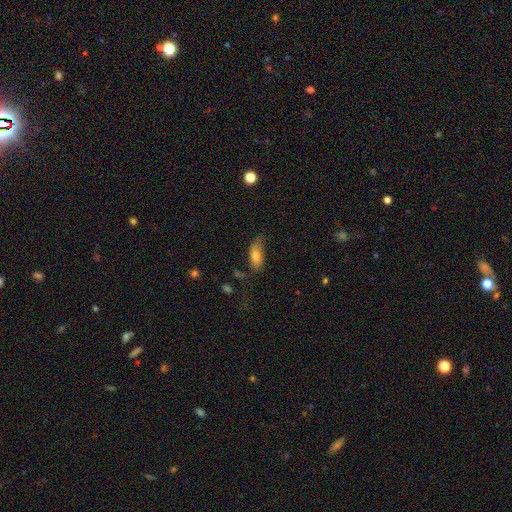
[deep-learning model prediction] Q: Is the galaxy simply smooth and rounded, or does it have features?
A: smooth — 66%.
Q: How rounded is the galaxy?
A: in between — 78%.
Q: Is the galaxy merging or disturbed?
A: none — 53%.